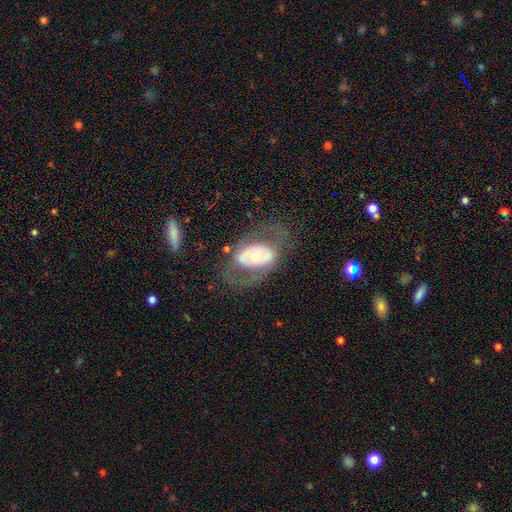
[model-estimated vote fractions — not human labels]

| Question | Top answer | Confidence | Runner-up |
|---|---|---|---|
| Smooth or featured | featured or disk | 64% | smooth (30%) |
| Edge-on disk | no | 92% | yes (8%) |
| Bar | no | 66% | weak (21%) |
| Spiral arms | no | 61% | yes (39%) |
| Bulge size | moderate | 68% | small (15%) |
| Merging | none | 64% | major disturbance (17%) |